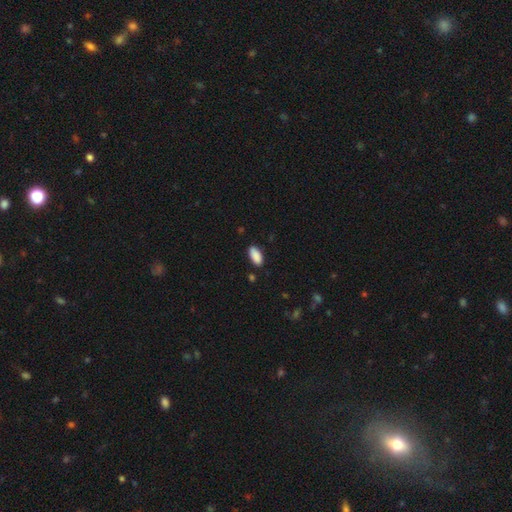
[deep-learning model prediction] This is clearly a smooth galaxy (90%). How rounded: clearly in between (91%). Merging: clearly none (86%).